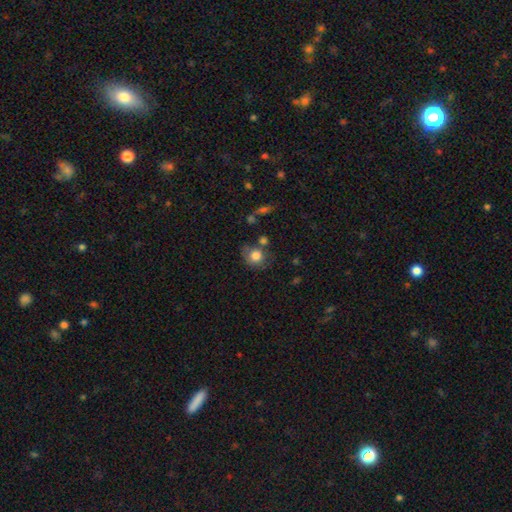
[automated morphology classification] Q: Smooth or featured?
A: smooth (79%); runner-up: featured or disk (12%)
Q: How rounded?
A: round (78%); runner-up: in between (21%)
Q: Merging?
A: none (58%); runner-up: minor disturbance (22%)